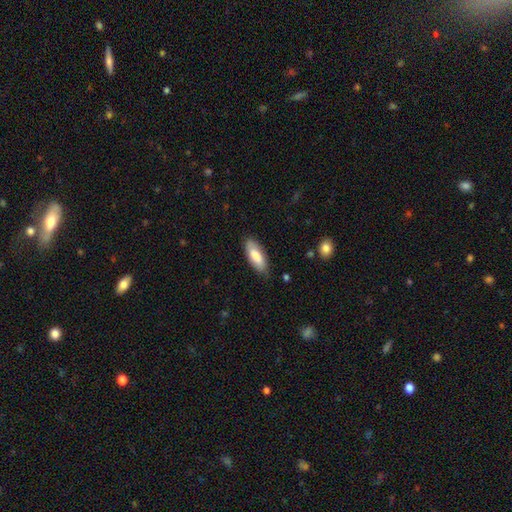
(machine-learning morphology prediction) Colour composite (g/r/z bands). It shows a smooth galaxy with no disk features (77%) that is in between round and cigar-shaped (75%). Merging: none (82%).